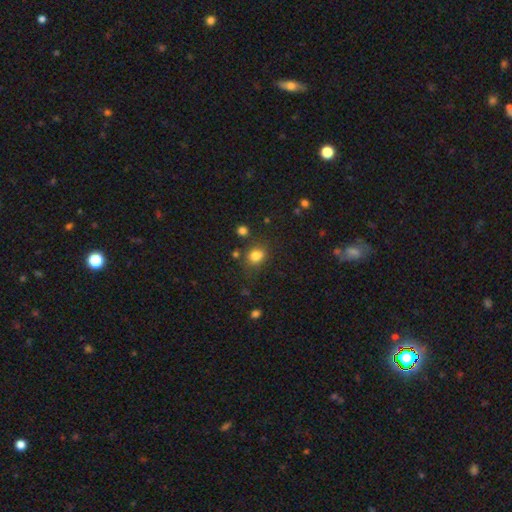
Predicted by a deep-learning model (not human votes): Overall: smooth (81%). How rounded: round (53%; in between 46%). Merging: none (71%).